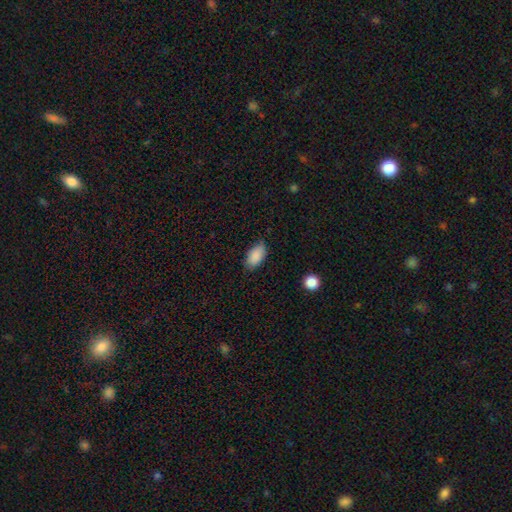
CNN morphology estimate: A smooth galaxy with no disk features (88%) that is in between round and cigar-shaped (93%).

Vote fractions:
- Smooth or featured? smooth: 88% / star or artifact: 7% / featured or disk: 4%
- How rounded? in between: 93% / round: 4% / cigar-shaped: 3%
- Merging? none: 78% / minor disturbance: 17% / major disturbance: 3% / merger: 1%